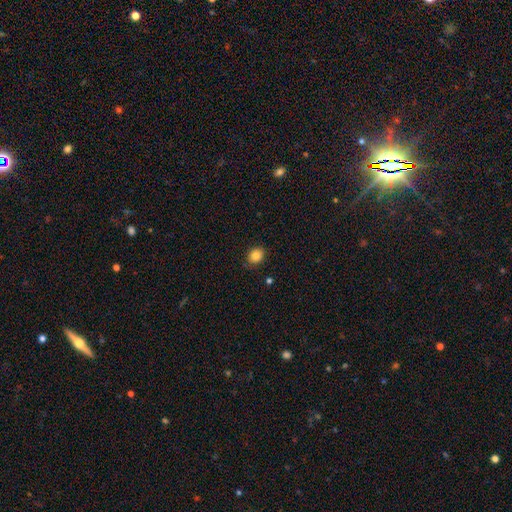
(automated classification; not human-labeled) The model was most divided on "how rounded": round: 61%, in between: 38%, cigar-shaped: 1%. More confident: merging — none (84%); smooth or featured — smooth (83%).